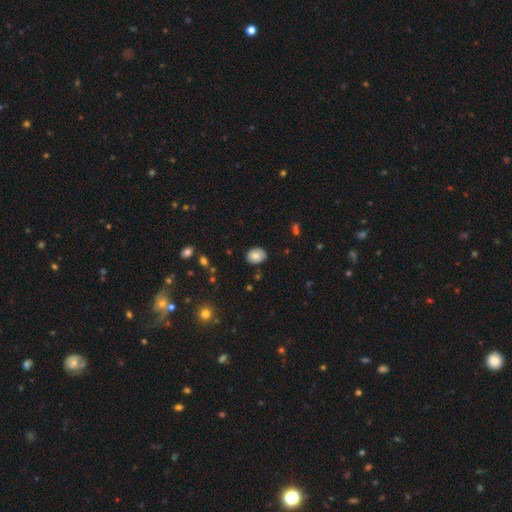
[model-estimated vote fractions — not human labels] Smooth or featured?
  - smooth: 79% *
  - featured or disk: 13%
  - star or artifact: 9%
How rounded?
  - in between: 58% *
  - round: 41%
  - cigar-shaped: 1%
Merging?
  - none: 84% *
  - minor disturbance: 13%
  - major disturbance: 2%
  - merger: 1%